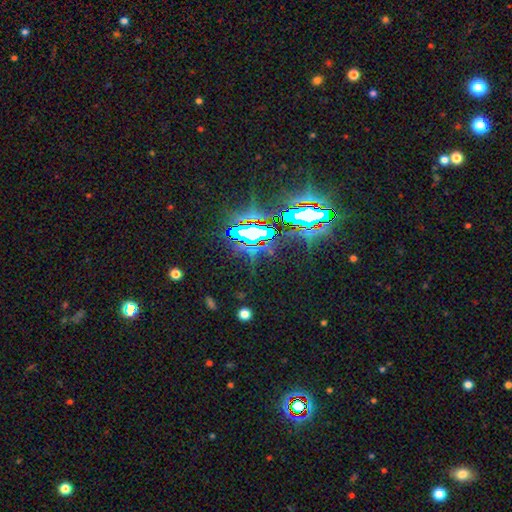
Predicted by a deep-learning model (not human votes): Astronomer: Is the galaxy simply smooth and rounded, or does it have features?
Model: star or artifact — 84%.